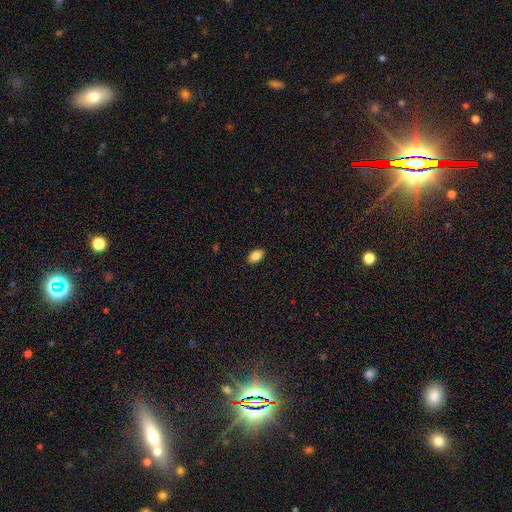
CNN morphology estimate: This is clearly a smooth galaxy (86%). How rounded: clearly in between (91%). Merging: clearly none (88%).